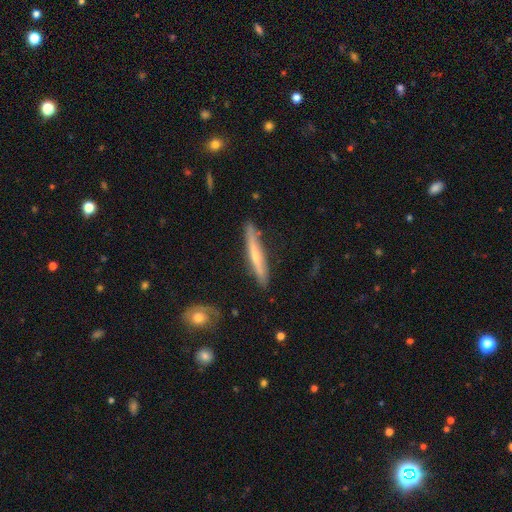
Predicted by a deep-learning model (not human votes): Smooth or featured: featured or disk — 53% (smooth — 42%)
Edge-on disk: yes — 92% (no — 8%)
Merging: none — 83% (minor disturbance — 13%)